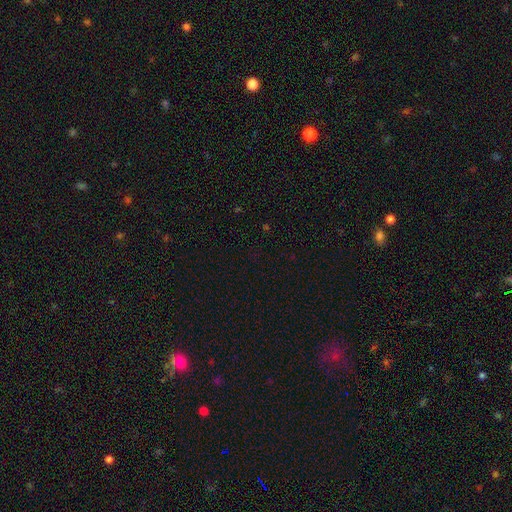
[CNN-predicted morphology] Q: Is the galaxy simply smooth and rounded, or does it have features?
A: star or artifact — 68%.